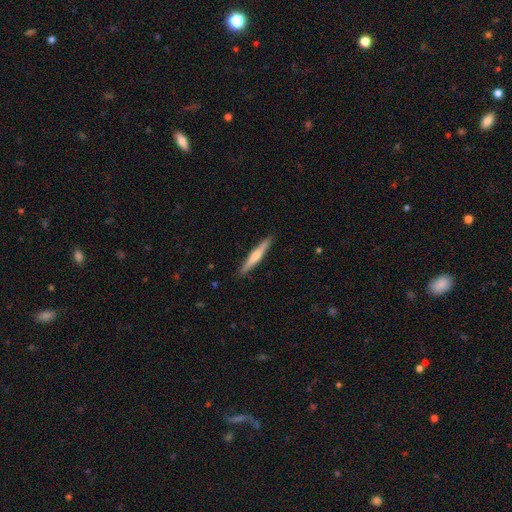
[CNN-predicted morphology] The model was most divided on "smooth or featured": featured or disk: 50%, smooth: 45%, star or artifact: 5%. More confident: merging — none (91%).